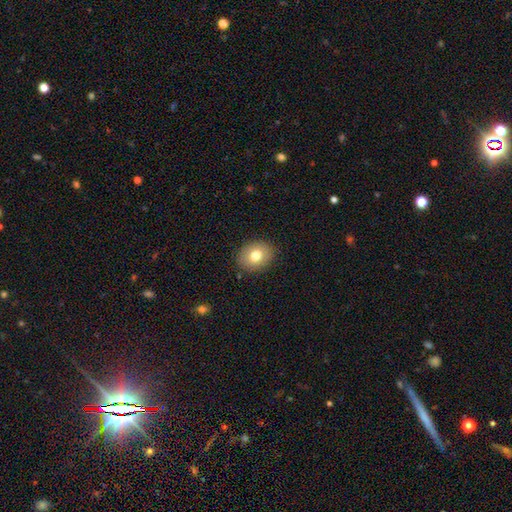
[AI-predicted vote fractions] Smooth or featured? Predicted: smooth (p=0.77). How rounded? Predicted: in between (p=0.54). Merging? Predicted: none (p=0.88).